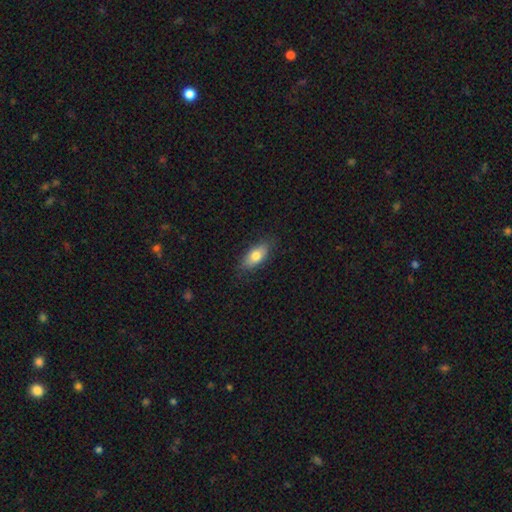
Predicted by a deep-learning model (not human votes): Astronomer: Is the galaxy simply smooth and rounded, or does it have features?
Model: smooth — 75%.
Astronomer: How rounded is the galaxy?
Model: in between — 84%.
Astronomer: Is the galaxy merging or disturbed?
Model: none — 82%.